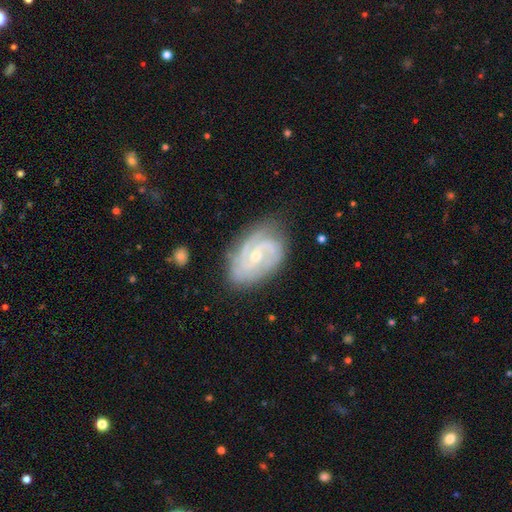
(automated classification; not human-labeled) This is clearly a featured or disk galaxy (86%). It is clearly not viewed edge-on (97%). Bar: possibly no (50%). Spiral arm pattern: clearly yes (96%). Spiral arm count: possibly 2 (49%). Spiral winding: possibly tight (51%). Central bulge: possibly small (59%). Merging: likely none (74%).